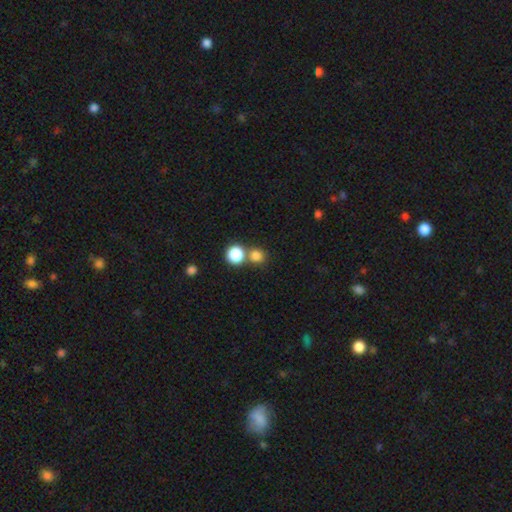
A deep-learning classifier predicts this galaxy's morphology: This appears to be a smooth galaxy with no disk features (80%) that is round (88%). Merging: none (57%).